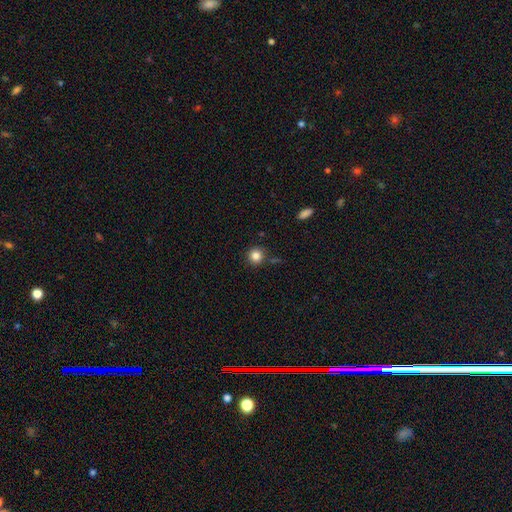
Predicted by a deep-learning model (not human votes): This is clearly a smooth galaxy (84%). How rounded: clearly round (93%). Merging: clearly none (84%).